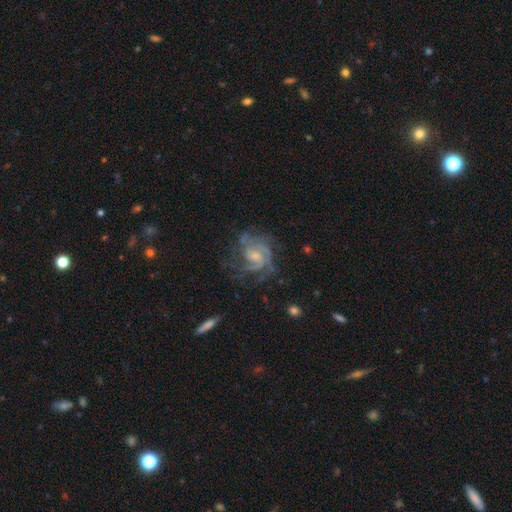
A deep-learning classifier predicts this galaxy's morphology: Smooth or featured? featured or disk (85%)
Edge-on disk? no (98%)
Bar? no (56%)
Spiral arms? yes (95%)
Spiral winding? tight (50%)
Spiral arm count? 3 (28%)
Bulge size? small (50%)
Merging? none (59%)